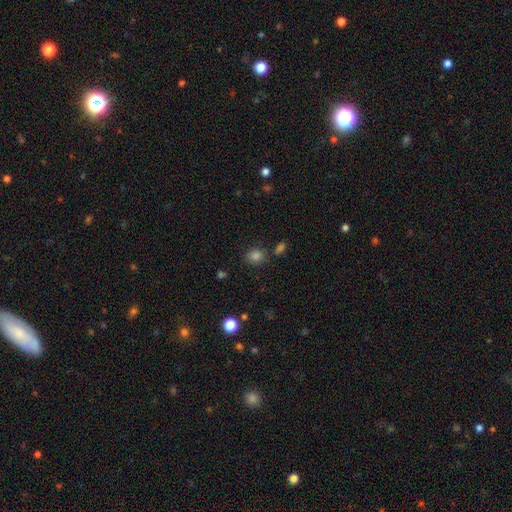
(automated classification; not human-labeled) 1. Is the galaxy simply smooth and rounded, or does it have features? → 82% smooth, 13% star or artifact, 5% featured or disk.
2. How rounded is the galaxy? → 60% round, 39% in between, 1% cigar-shaped.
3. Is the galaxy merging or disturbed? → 78% none, 11% minor disturbance, 7% merger, 4% major disturbance.